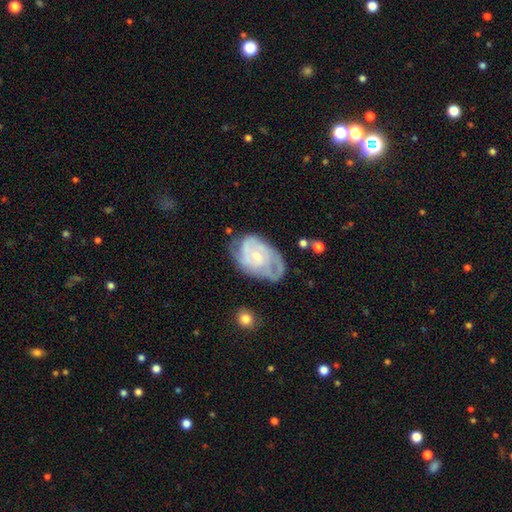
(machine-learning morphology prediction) Smooth or featured?
  - featured or disk: 77% *
  - smooth: 17%
  - star or artifact: 6%
Edge-on disk?
  - no: 97% *
  - yes: 3%
Bar?
  - no: 69% *
  - weak: 27%
  - strong: 4%
Spiral arms?
  - yes: 89% *
  - no: 11%
Spiral winding?
  - tight: 55% *
  - medium: 35%
  - loose: 10%
Spiral arm count?
  - can't tell: 40% *
  - 2: 30%
  - 3: 17%
  - 4: 5%
  - 1: 5%
  - more than 4: 3%
Bulge size?
  - small: 60% *
  - moderate: 34%
  - none: 4%
  - large: 2%
  - dominant: 1%
Merging?
  - none: 54% *
  - minor disturbance: 29%
  - major disturbance: 14%
  - merger: 3%